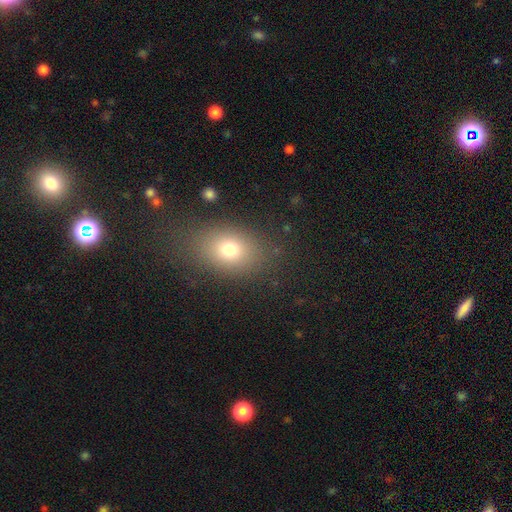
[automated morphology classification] smooth_or_featured: smooth (p=0.67) [alt: star or artifact p=0.23]
how_rounded: in between (p=0.70) [alt: round p=0.27]
merging: none (p=0.83) [alt: minor disturbance p=0.10]